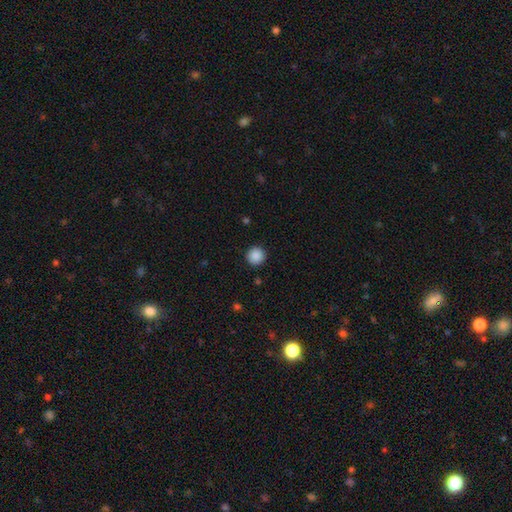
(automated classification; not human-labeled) Overall: smooth (88%). How rounded: round (95%). Merging: none (91%).